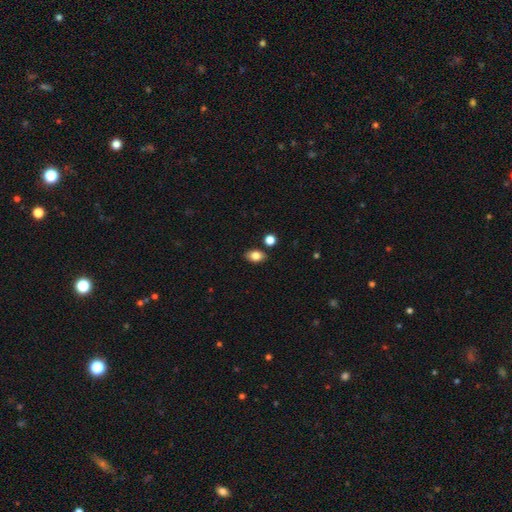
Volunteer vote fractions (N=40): Smooth or featured: smooth — 88% (star or artifact — 8%)
How rounded: in between — 80% (round — 20%)
Merging: none — 81% (merger — 8%)